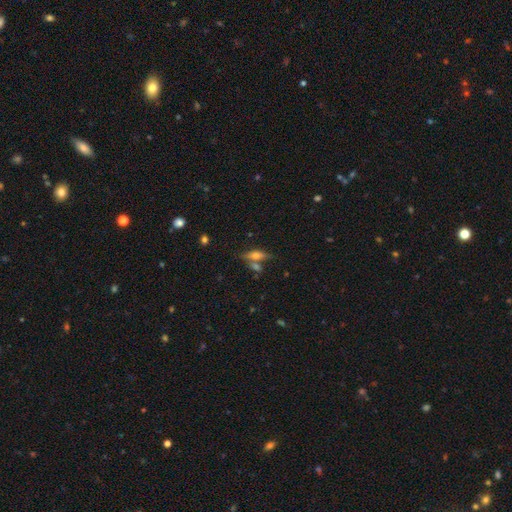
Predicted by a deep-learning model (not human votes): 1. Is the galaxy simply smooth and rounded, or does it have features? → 48% smooth, 41% featured or disk, 11% star or artifact.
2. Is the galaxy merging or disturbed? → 59% none, 22% merger, 14% minor disturbance, 6% major disturbance.